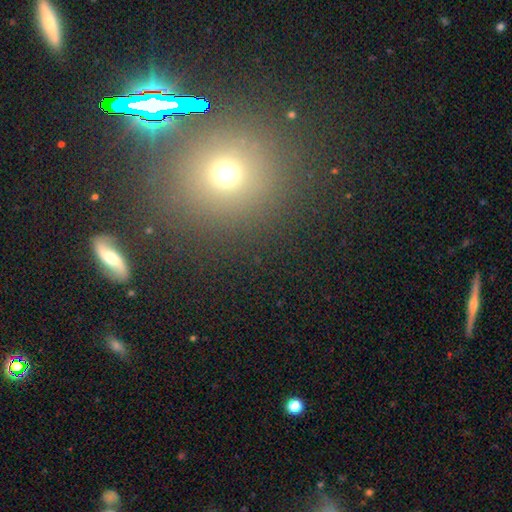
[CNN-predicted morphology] A smooth galaxy with no disk features (48%).

Vote fractions:
- Smooth or featured? smooth: 48% / star or artifact: 41% / featured or disk: 12%
- Merging? none: 83% / minor disturbance: 8% / major disturbance: 4% / merger: 4%